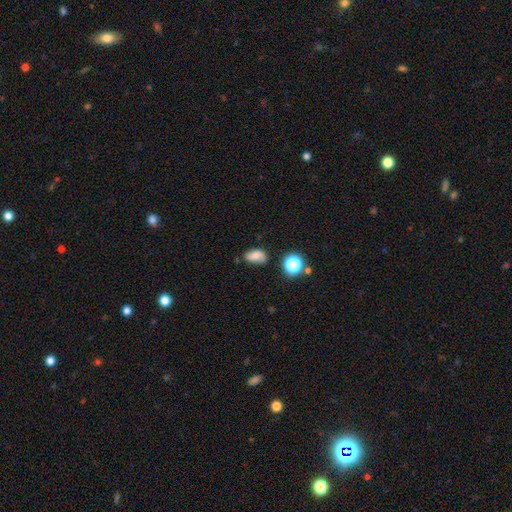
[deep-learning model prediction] A smooth galaxy with no disk features (75%) that is in between round and cigar-shaped (85%). Merging: none (65%).